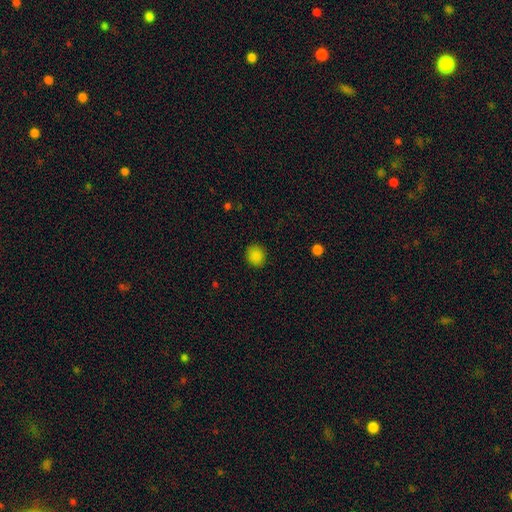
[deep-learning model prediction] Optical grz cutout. It shows a smooth galaxy with no disk features (86%) that is round (75%). Merging: none (89%).